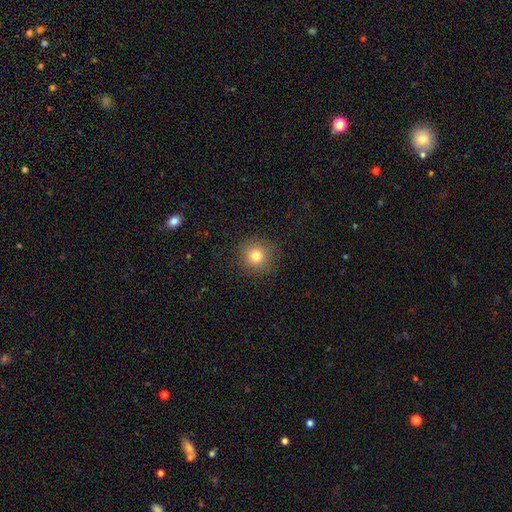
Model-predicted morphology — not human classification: Smooth or featured? Predicted: smooth (p=0.79). How rounded? Predicted: round (p=0.93). Merging? Predicted: none (p=0.89).